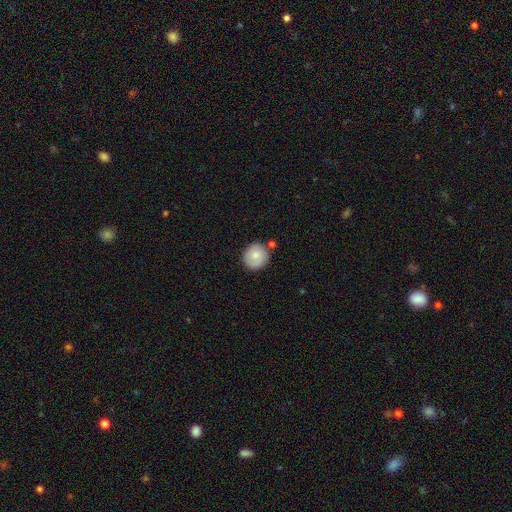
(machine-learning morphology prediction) Smooth or featured? Predicted: smooth (p=0.79). How rounded? Predicted: round (p=0.87). Merging? Predicted: none (p=0.78).